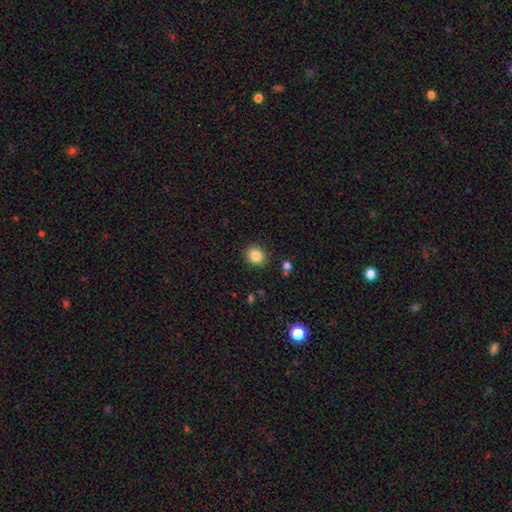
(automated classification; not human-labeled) Smooth or featured? Predicted: smooth (p=0.85). How rounded? Predicted: round (p=0.76). Merging? Predicted: none (p=0.89).